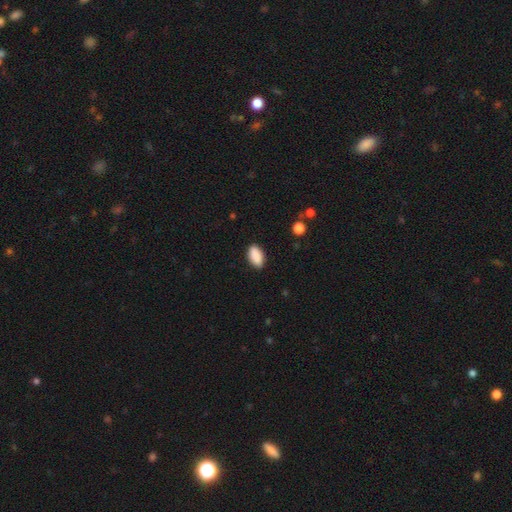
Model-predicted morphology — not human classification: smooth-or-featured: smooth: 90% | star or artifact: 7% | featured or disk: 4%
  how-rounded: in between: 93% | cigar-shaped: 4% | round: 3%
  merging: none: 87% | minor disturbance: 10% | major disturbance: 2% | merger: 1%